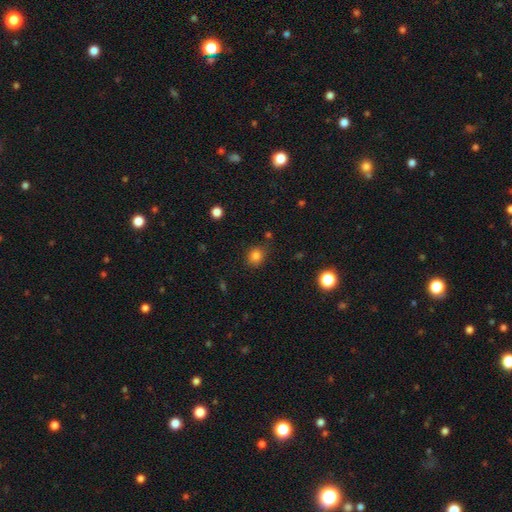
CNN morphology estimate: A smooth galaxy with no disk features (82%) that is round (71%). Merging: none (80%).